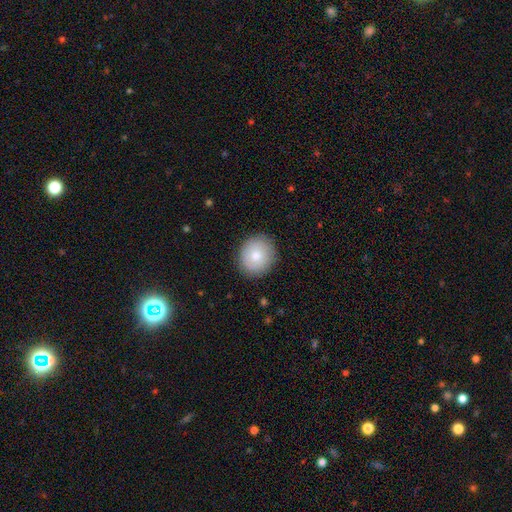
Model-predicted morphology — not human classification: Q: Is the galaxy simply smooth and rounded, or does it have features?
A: smooth — 73%.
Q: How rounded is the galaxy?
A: round — 83%.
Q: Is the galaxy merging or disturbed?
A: none — 87%.